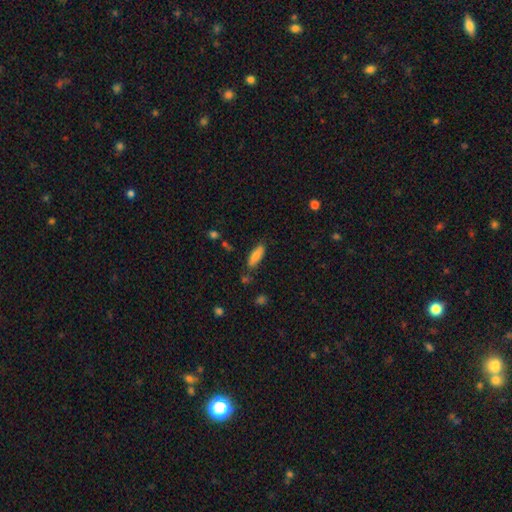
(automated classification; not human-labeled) The model was most divided on "how rounded": in between: 69%, cigar-shaped: 29%, round: 2%. More confident: smooth or featured — smooth (76%); merging — none (75%).